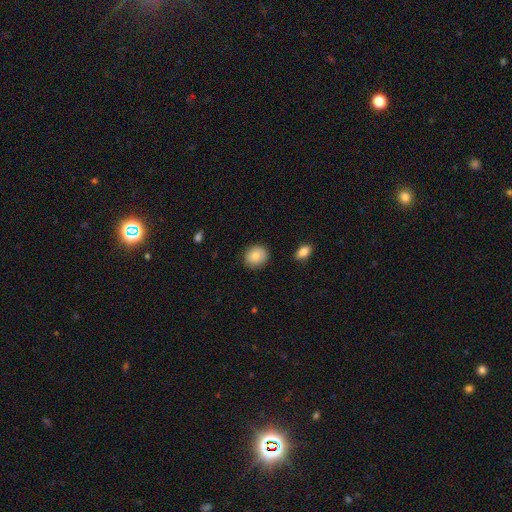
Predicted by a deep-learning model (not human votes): A smooth galaxy with no disk features (84%) that is round (75%). Merging: none (87%).